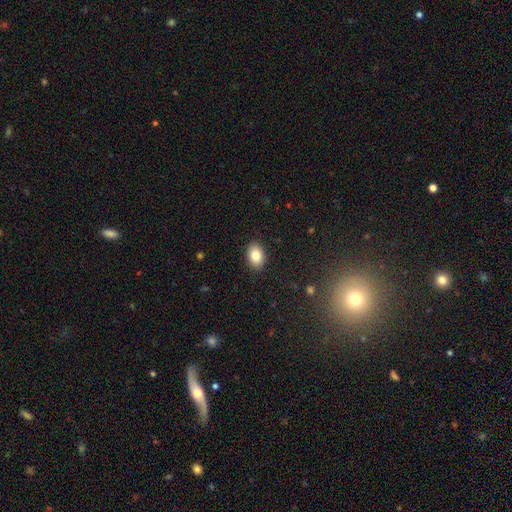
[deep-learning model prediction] Smooth or featured: smooth — 83% (featured or disk — 8%)
How rounded: in between — 82% (round — 16%)
Merging: none — 90% (minor disturbance — 7%)